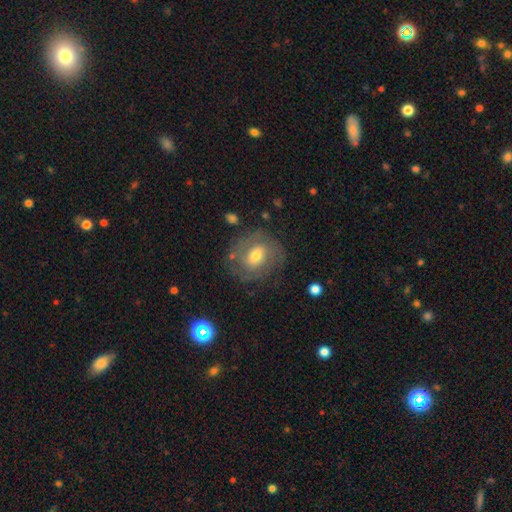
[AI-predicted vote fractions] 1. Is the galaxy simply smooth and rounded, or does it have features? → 61% featured or disk, 30% smooth, 9% star or artifact.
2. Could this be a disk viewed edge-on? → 96% no, 4% yes.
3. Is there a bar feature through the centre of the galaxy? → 49% no, 40% weak, 11% strong.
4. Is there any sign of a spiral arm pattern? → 73% yes, 27% no.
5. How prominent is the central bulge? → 62% moderate, 27% small, 8% large, 2% none, 1% dominant.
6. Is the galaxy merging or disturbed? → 74% none, 16% minor disturbance, 8% major disturbance, 2% merger.